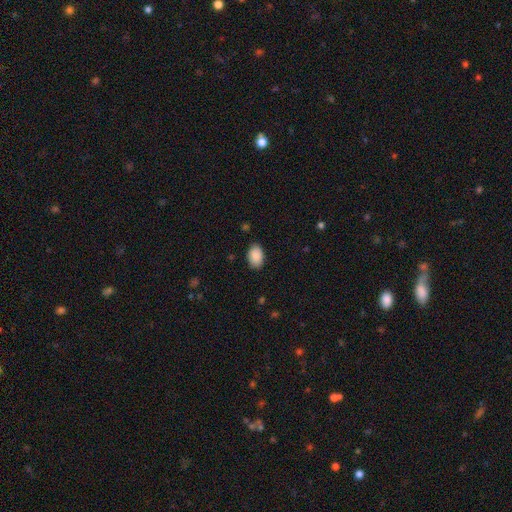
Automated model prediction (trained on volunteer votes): Morphology: type=smooth (90%); roundness=in between (88%); merging=none (85%).